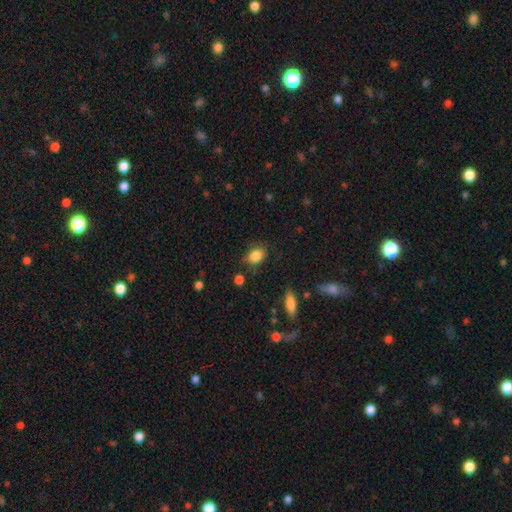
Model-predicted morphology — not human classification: Overall: smooth (85%). How rounded: in between (69%). Merging: none (73%).